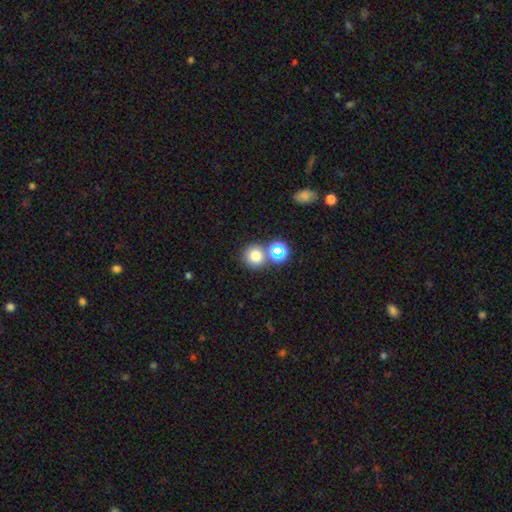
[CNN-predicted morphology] Smooth or featured? Predicted: smooth (p=0.74). How rounded? Predicted: round (p=0.88). Merging? Predicted: none (p=0.67).